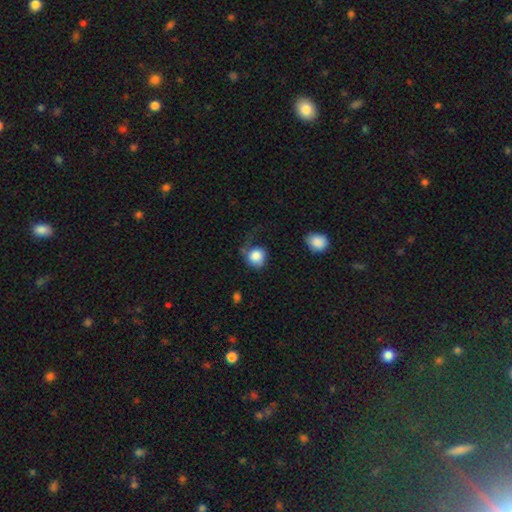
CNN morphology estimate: Q: Smooth or featured?
A: smooth (80%); runner-up: featured or disk (13%)
Q: How rounded?
A: round (77%); runner-up: in between (22%)
Q: Merging?
A: major disturbance (36%); runner-up: none (35%)